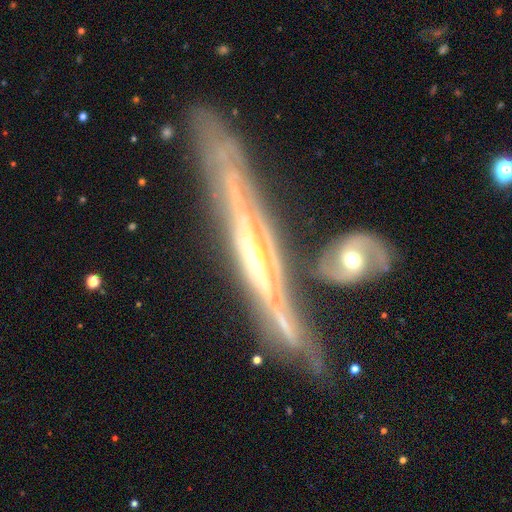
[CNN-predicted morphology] Smooth or featured? Predicted: featured or disk (p=0.85). Edge-on disk? Predicted: yes (p=0.79). Edge-on bulge? Predicted: rounded (p=0.47). Merging? Predicted: none (p=0.60).